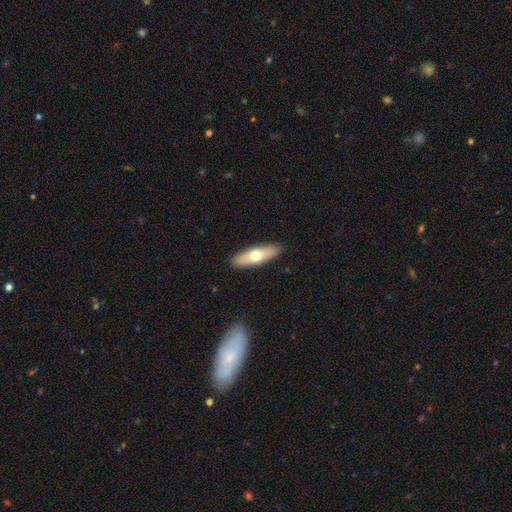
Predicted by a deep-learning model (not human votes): Smooth or featured?
  - smooth: 60% *
  - featured or disk: 35%
  - star or artifact: 5%
How rounded?
  - in between: 49% *
  - cigar-shaped: 48%
  - round: 3%
Merging?
  - none: 90% *
  - minor disturbance: 7%
  - major disturbance: 2%
  - merger: 1%